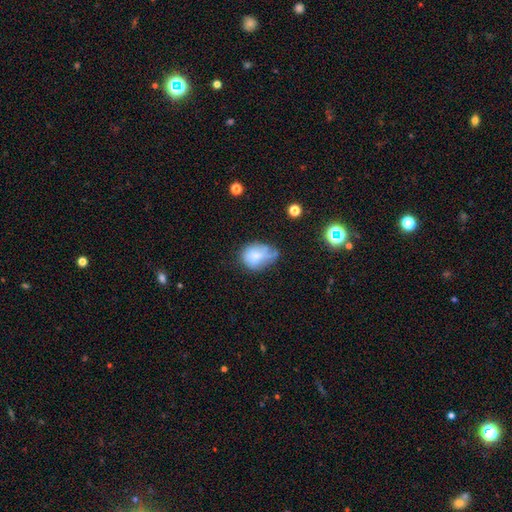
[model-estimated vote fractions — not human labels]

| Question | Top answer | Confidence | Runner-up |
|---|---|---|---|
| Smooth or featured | smooth | 67% | featured or disk (23%) |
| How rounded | in between | 64% | round (35%) |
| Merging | minor disturbance | 39% | none (36%) |